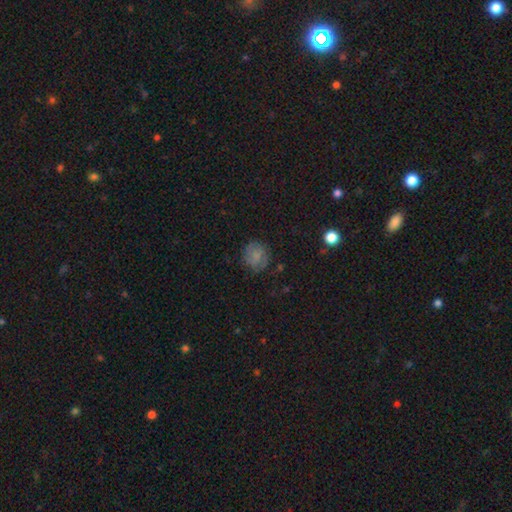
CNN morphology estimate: smooth-or-featured: smooth: 55% | featured or disk: 34% | star or artifact: 11%
  how-rounded: round: 79% | in between: 20% | cigar-shaped: 1%
  merging: none: 73% | minor disturbance: 18% | major disturbance: 7% | merger: 1%